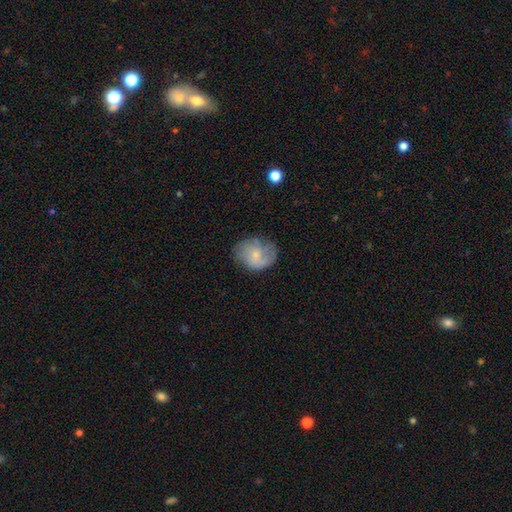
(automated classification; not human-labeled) Smooth or featured? smooth (48%)
Merging? none (62%)